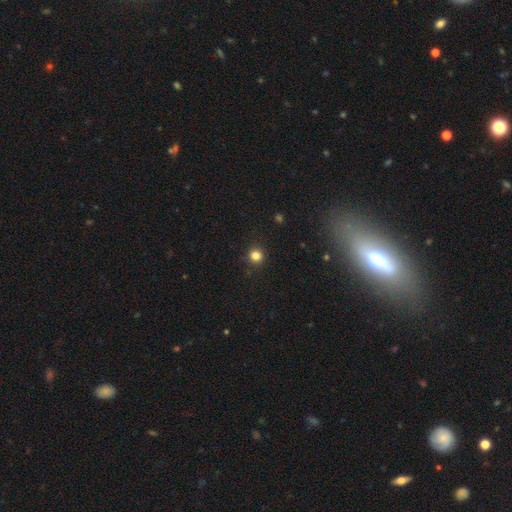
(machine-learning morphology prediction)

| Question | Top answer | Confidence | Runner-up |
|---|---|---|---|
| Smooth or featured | smooth | 83% | star or artifact (13%) |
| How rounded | round | 93% | in between (6%) |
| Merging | none | 91% | minor disturbance (6%) |